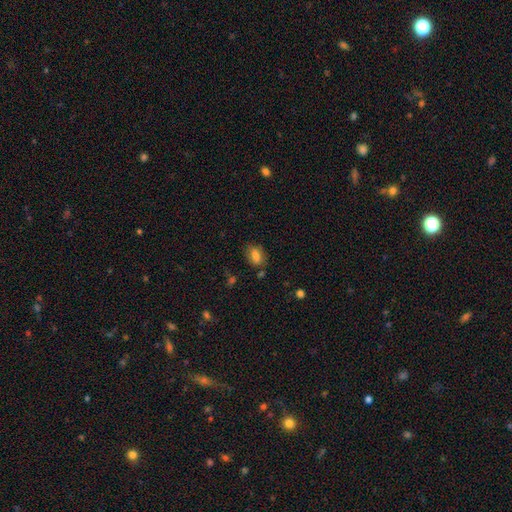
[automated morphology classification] A smooth galaxy with no disk features (79%) that is in between round and cigar-shaped (82%). Merging: none (73%).